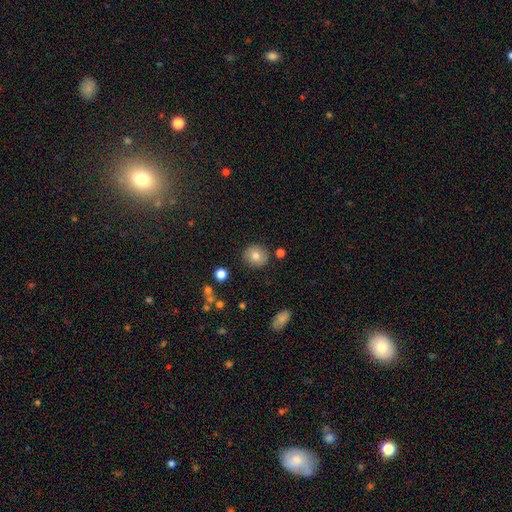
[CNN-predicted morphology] smooth-or-featured: smooth: 79% | featured or disk: 11% | star or artifact: 10%
  how-rounded: round: 81% | in between: 18% | cigar-shaped: 1%
  merging: none: 87% | minor disturbance: 8% | merger: 3% | major disturbance: 2%